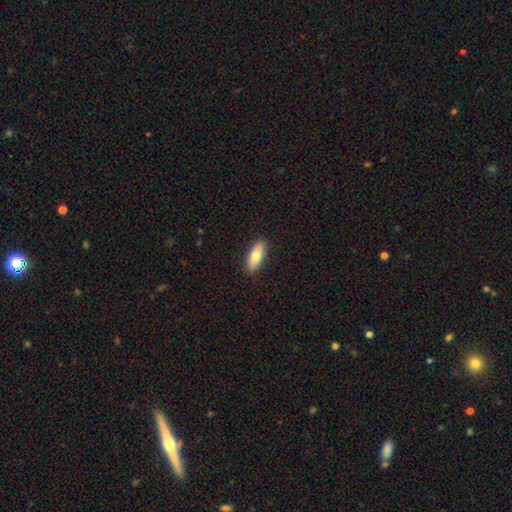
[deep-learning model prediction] smooth 77%, featured or disk 17%, star or artifact 6%. Down the decision tree: how rounded — in between (74%); merging — none (90%).